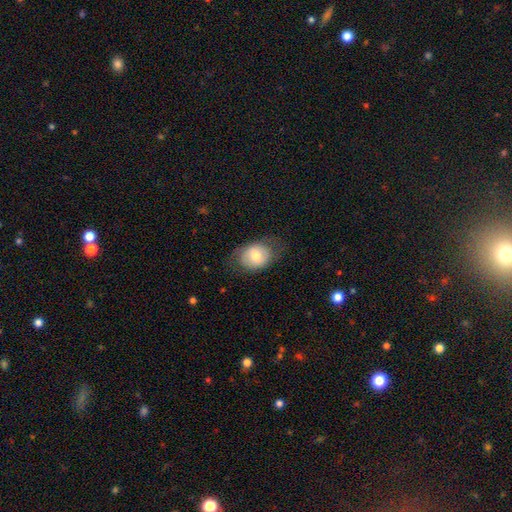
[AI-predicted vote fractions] A smooth galaxy with no disk features (68%) that is in between round and cigar-shaped (66%). Merging: none (69%).